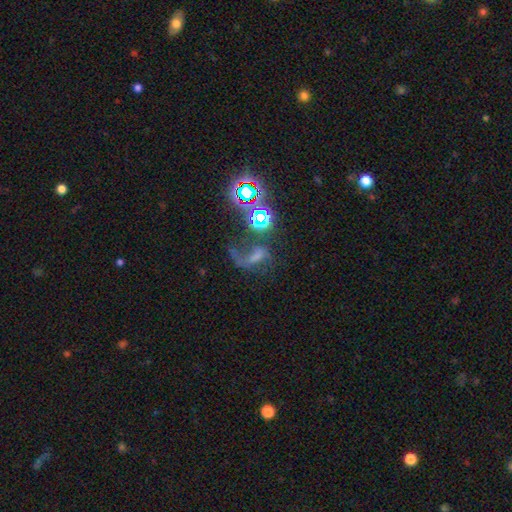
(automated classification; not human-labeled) featured or disk 44%, star or artifact 32%, smooth 23%. Down the decision tree: merging — major disturbance (39%).